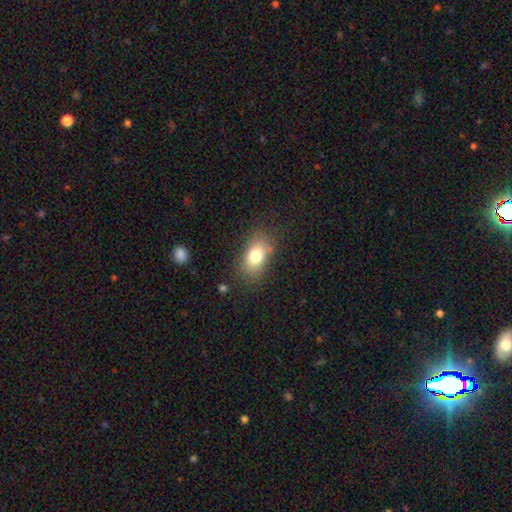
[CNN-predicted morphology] Q: Smooth or featured?
A: smooth (77%); runner-up: featured or disk (13%)
Q: How rounded?
A: in between (83%); runner-up: round (15%)
Q: Merging?
A: none (76%); runner-up: minor disturbance (16%)